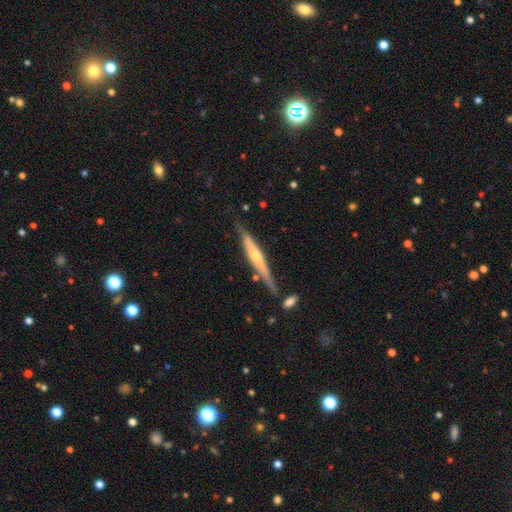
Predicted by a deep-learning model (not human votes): Q: Smooth or featured?
A: featured or disk (67%); runner-up: smooth (27%)
Q: Edge-on disk?
A: yes (95%); runner-up: no (5%)
Q: Edge-on bulge?
A: rounded (73%); runner-up: none (20%)
Q: Merging?
A: none (75%); runner-up: minor disturbance (16%)